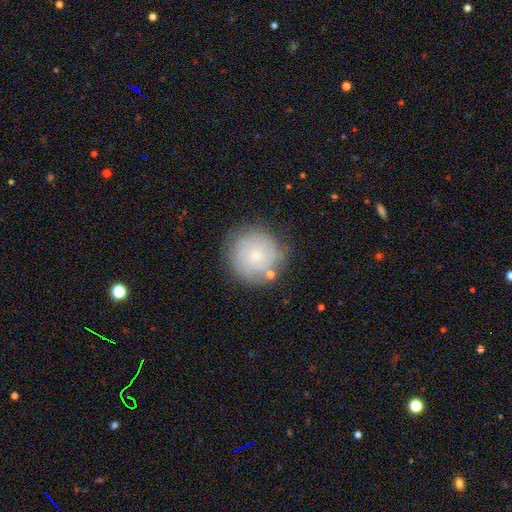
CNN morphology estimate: Smooth or featured?
  - smooth: 47% *
  - featured or disk: 45%
  - star or artifact: 8%
Merging?
  - none: 76% *
  - minor disturbance: 15%
  - major disturbance: 5%
  - merger: 4%